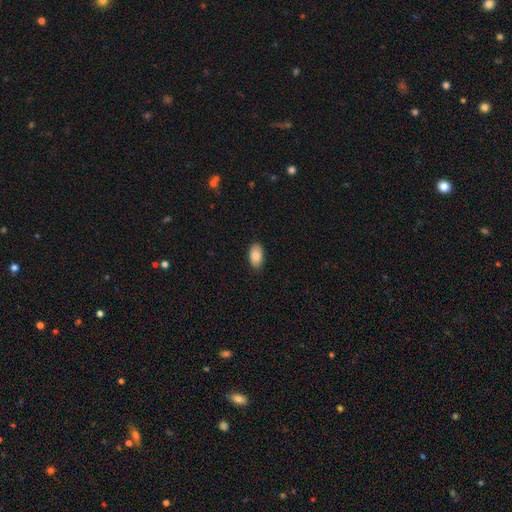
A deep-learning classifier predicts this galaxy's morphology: A smooth galaxy with no disk features (85%) that is in between round and cigar-shaped (94%). Merging: none (87%).